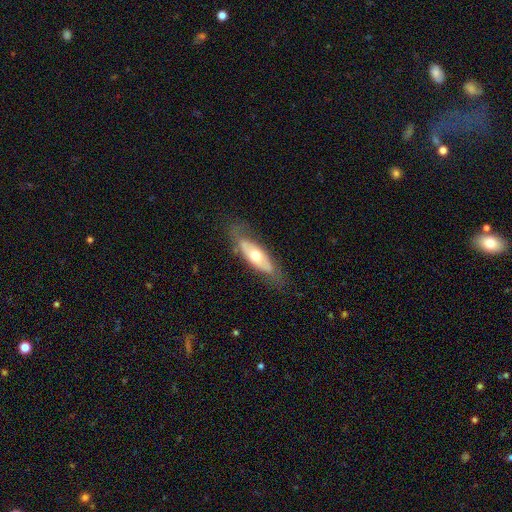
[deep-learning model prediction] A featured or disk galaxy (48%).

Vote fractions:
- Smooth or featured? featured or disk: 48% / smooth: 46% / star or artifact: 6%
- Merging? none: 69% / minor disturbance: 21% / major disturbance: 8% / merger: 2%